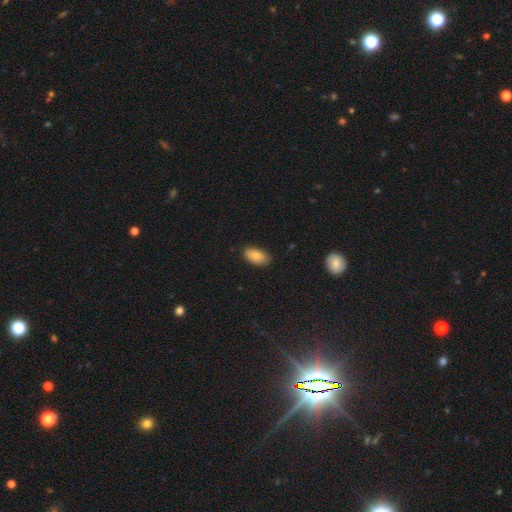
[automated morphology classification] Smooth or featured? smooth (87%)
How rounded? in between (94%)
Merging? none (85%)